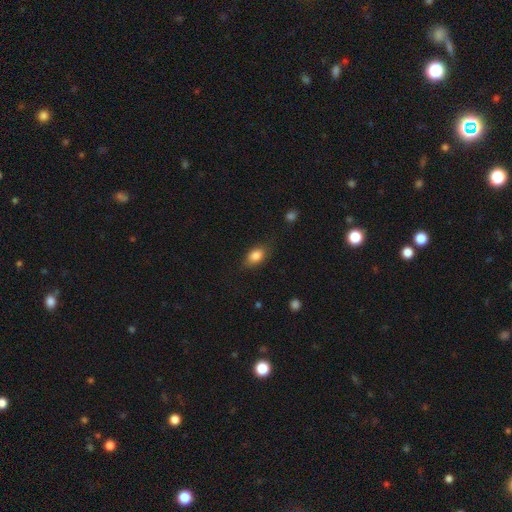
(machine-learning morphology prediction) smooth_or_featured: smooth (p=0.82) [alt: featured or disk p=0.10]
how_rounded: in between (p=0.83) [alt: round p=0.13]
merging: none (p=0.76) [alt: minor disturbance p=0.18]